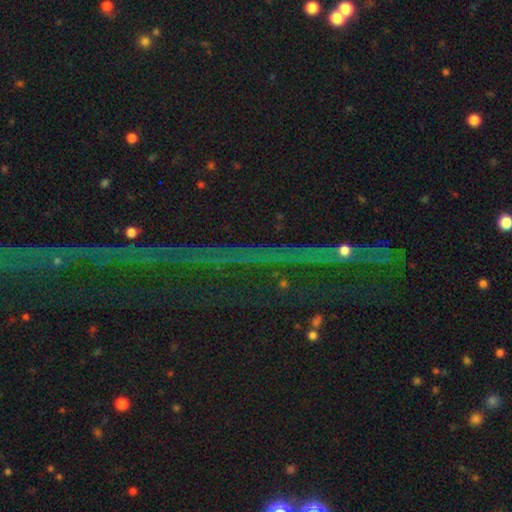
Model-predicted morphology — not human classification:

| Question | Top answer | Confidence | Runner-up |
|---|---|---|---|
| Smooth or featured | star or artifact | 80% | featured or disk (11%) |